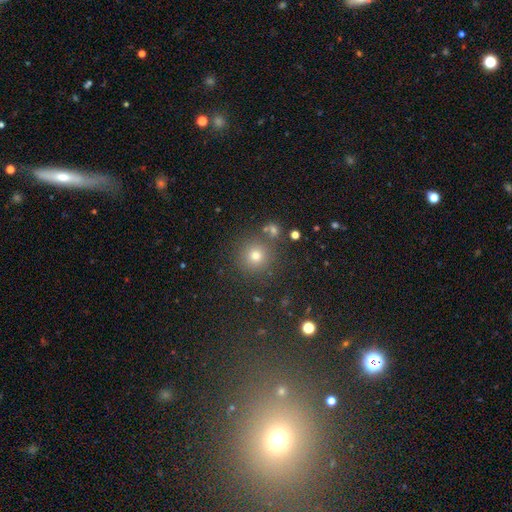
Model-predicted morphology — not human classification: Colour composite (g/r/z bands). It shows a smooth galaxy with no disk features (72%) that is round (94%). Merging: none (82%).